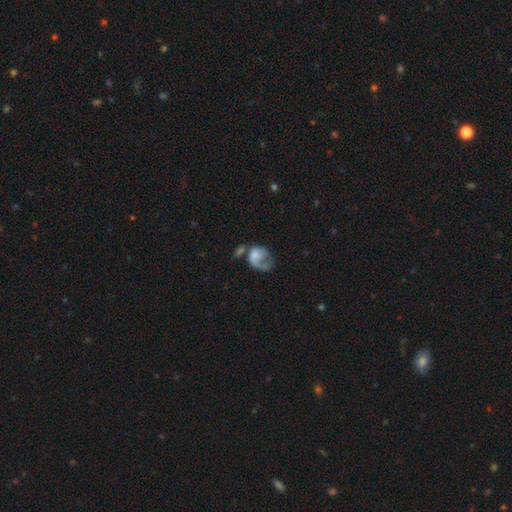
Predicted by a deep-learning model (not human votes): This is possibly a featured or disk galaxy (52%). It is clearly not viewed edge-on (98%). Bar: clearly no (80%). Spiral arm pattern: likely yes (71%). Central bulge: marginally none (44%). Merging: possibly major disturbance (46%).